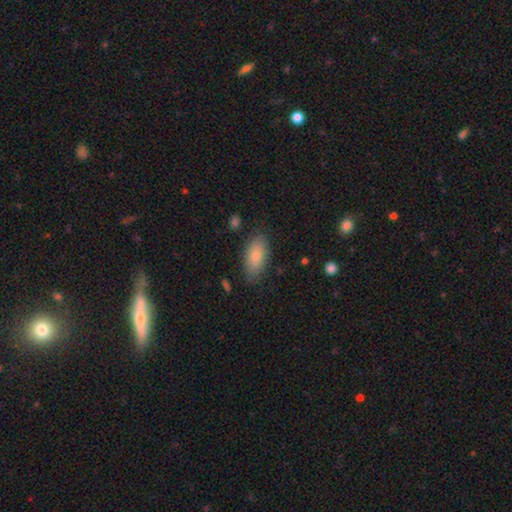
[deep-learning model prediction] The model was most divided on "merging": none: 80%, minor disturbance: 15%, major disturbance: 3%, merger: 2%. More confident: how rounded — in between (91%); smooth or featured — smooth (79%).